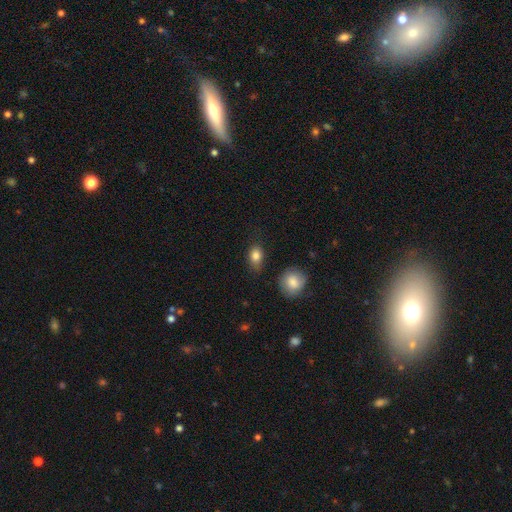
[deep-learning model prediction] A smooth galaxy with no disk features (84%) that is in between round and cigar-shaped (71%). Merging: none (70%).